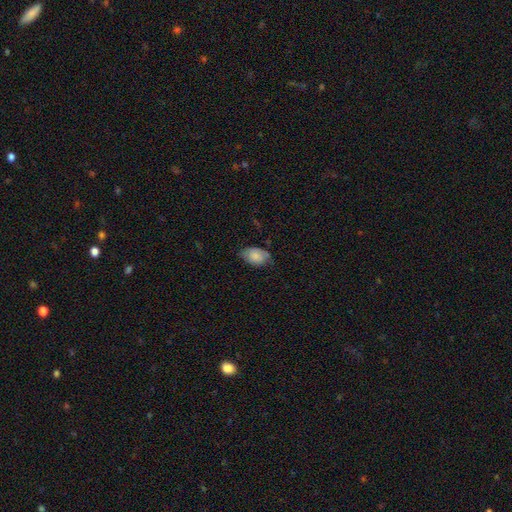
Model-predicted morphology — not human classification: smooth-or-featured: smooth: 80% | featured or disk: 13% | star or artifact: 7%
  how-rounded: in between: 88% | round: 11% | cigar-shaped: 1%
  merging: none: 61% | minor disturbance: 31% | major disturbance: 7% | merger: 1%